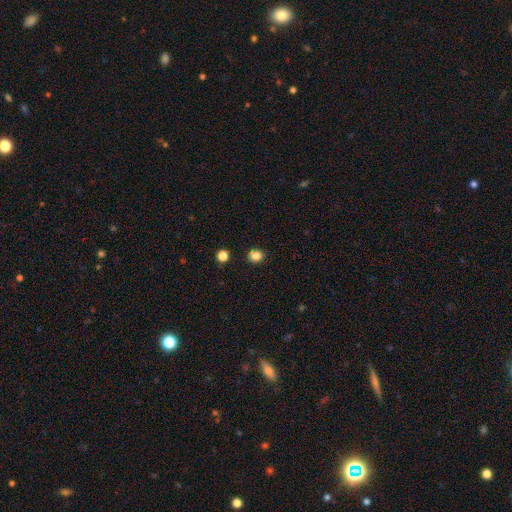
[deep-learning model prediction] smooth-or-featured: smooth: 84% | star or artifact: 12% | featured or disk: 4%
  how-rounded: round: 79% | in between: 20% | cigar-shaped: 1%
  merging: none: 90% | minor disturbance: 6% | major disturbance: 2% | merger: 2%